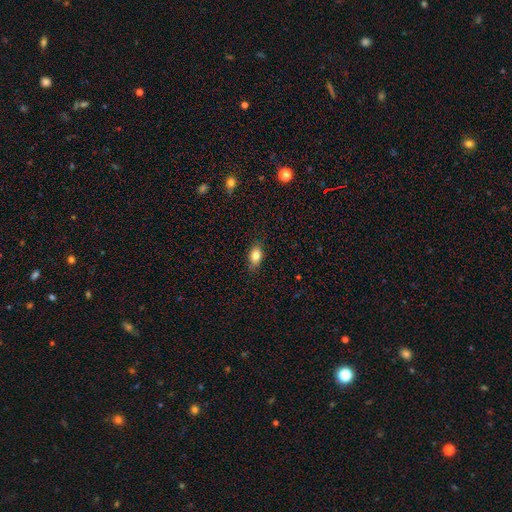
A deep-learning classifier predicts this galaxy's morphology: This appears to be a smooth galaxy with no disk features (83%) that is in between round and cigar-shaped (86%). Merging: none (84%).